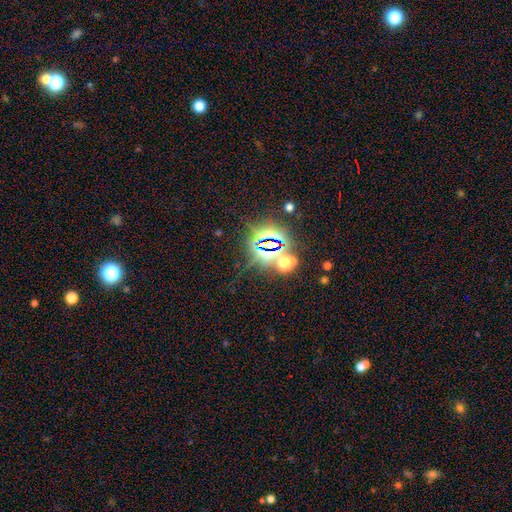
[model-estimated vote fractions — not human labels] Morphology: type=star or artifact (78%).